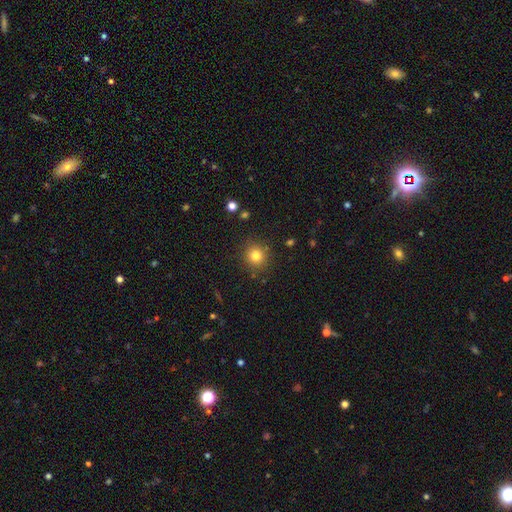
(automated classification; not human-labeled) A smooth galaxy with no disk features (80%) that is round (91%).

Vote fractions:
- Smooth or featured? smooth: 80% / star or artifact: 13% / featured or disk: 7%
- How rounded? round: 91% / in between: 8% / cigar-shaped: 1%
- Merging? none: 88% / minor disturbance: 8% / major disturbance: 2% / merger: 2%